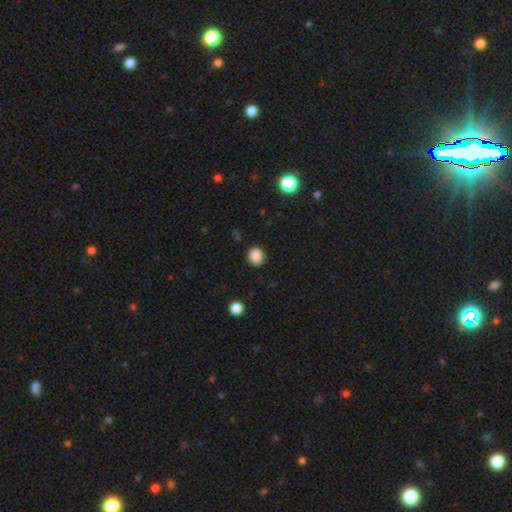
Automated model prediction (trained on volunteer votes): Overall: smooth (87%). How rounded: round (76%). Merging: none (88%).